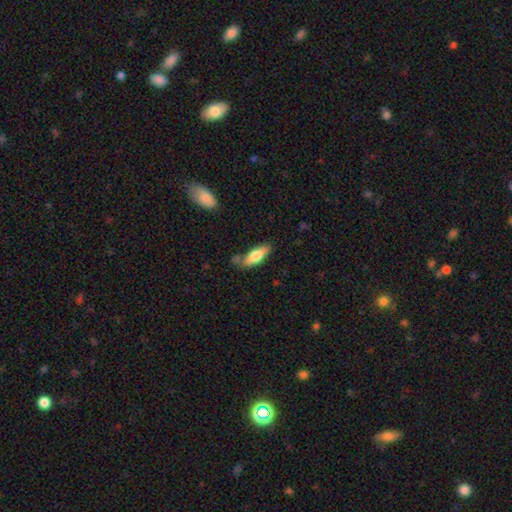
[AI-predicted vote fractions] smooth-or-featured: smooth: 70% | featured or disk: 24% | star or artifact: 6%
  how-rounded: in between: 59% | cigar-shaped: 38% | round: 2%
  merging: none: 67% | minor disturbance: 20% | merger: 7% | major disturbance: 5%